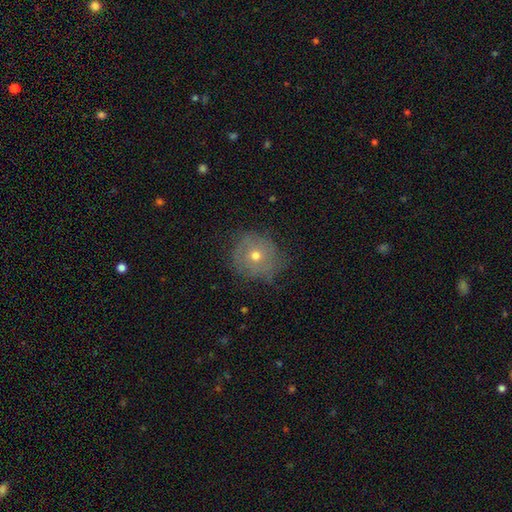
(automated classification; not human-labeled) This appears to be a smooth galaxy with no disk features (48%). Merging: none (72%).